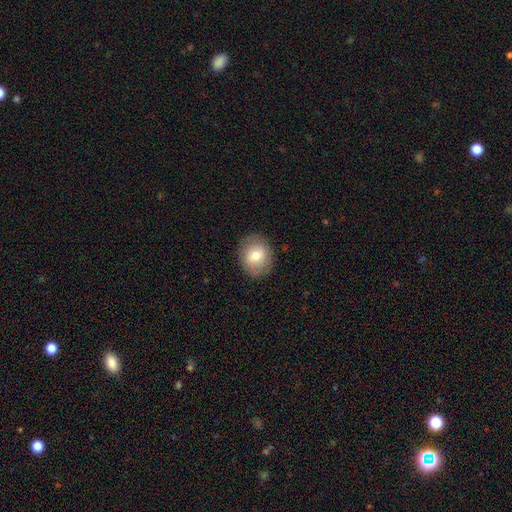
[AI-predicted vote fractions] A smooth galaxy with no disk features (73%) that is round (64%).

Vote fractions:
- Smooth or featured? smooth: 73% / featured or disk: 19% / star or artifact: 8%
- How rounded? round: 64% / in between: 35% / cigar-shaped: 1%
- Merging? none: 86% / minor disturbance: 10% / major disturbance: 3% / merger: 1%